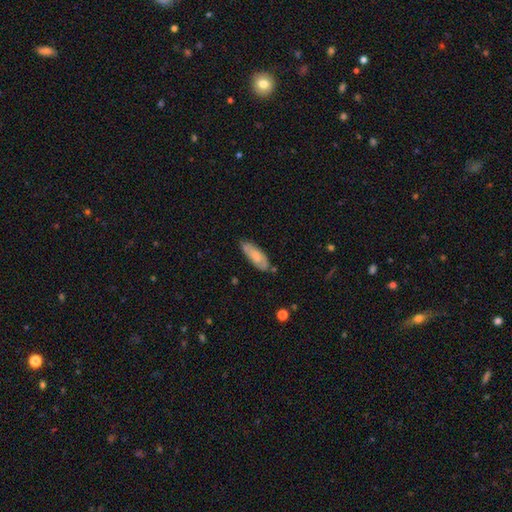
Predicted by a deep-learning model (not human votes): The model was most divided on "smooth or featured": smooth: 62%, featured or disk: 31%, star or artifact: 6%. More confident: how rounded — in between (70%); merging — none (66%).